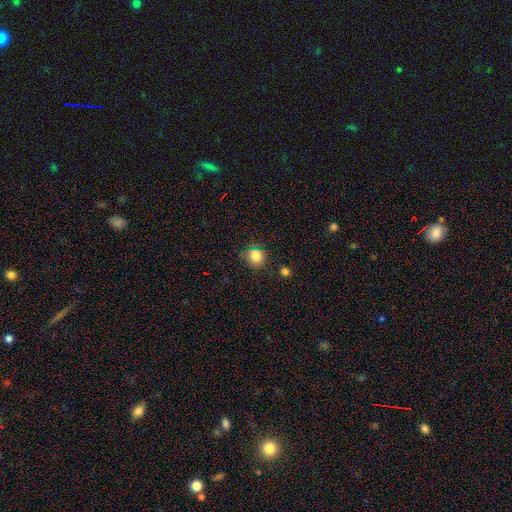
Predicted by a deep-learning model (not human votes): Smooth or featured: smooth — 81% (star or artifact — 12%)
How rounded: round — 86% (in between — 13%)
Merging: none — 80% (minor disturbance — 14%)